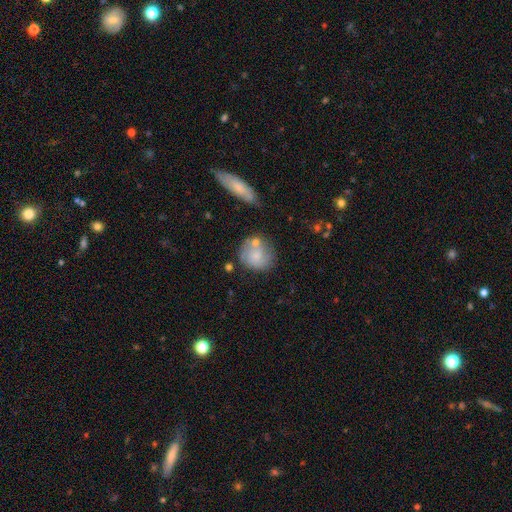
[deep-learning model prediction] Q: Smooth or featured?
A: smooth (68%); runner-up: featured or disk (24%)
Q: How rounded?
A: round (84%); runner-up: in between (15%)
Q: Merging?
A: none (53%); runner-up: minor disturbance (20%)